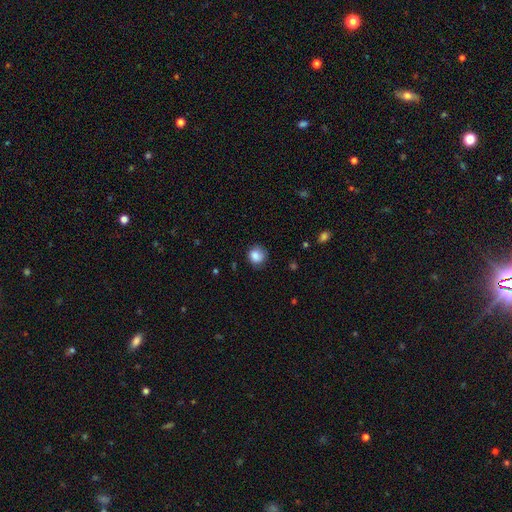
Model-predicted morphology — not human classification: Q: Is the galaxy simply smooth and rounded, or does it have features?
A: smooth — 86%.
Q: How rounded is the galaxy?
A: round — 86%.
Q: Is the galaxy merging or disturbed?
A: none — 78%.